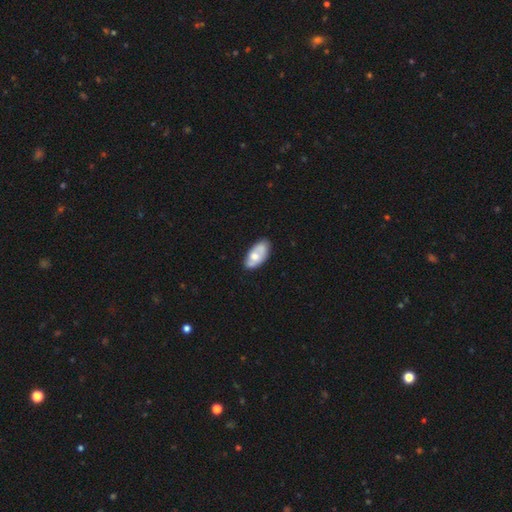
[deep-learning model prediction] This appears to be a smooth galaxy with no disk features (56%) that is in between round and cigar-shaped (93%). Merging: none (70%).